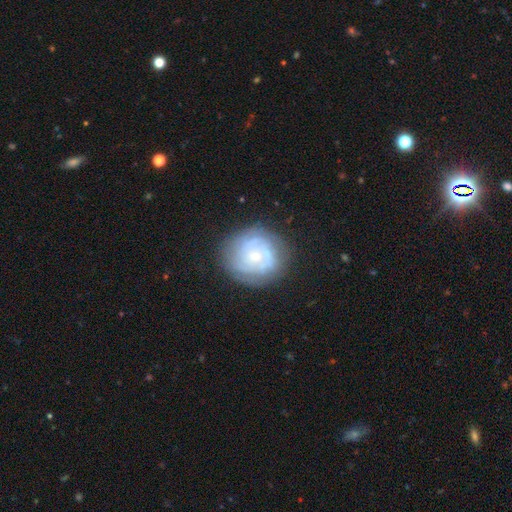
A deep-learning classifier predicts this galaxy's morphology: A featured or disk galaxy (64%) with no bar (80%), tight (68%) spiral arms (81%) and a small central bulge (69%). Merging: none (76%).